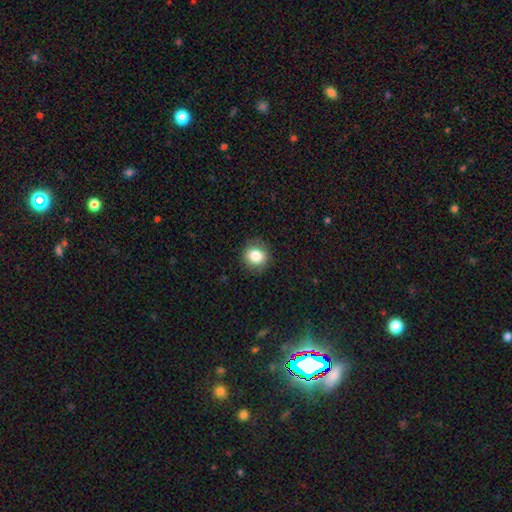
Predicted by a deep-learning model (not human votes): Smooth or featured? Predicted: smooth (p=0.84). How rounded? Predicted: round (p=0.82). Merging? Predicted: none (p=0.87).